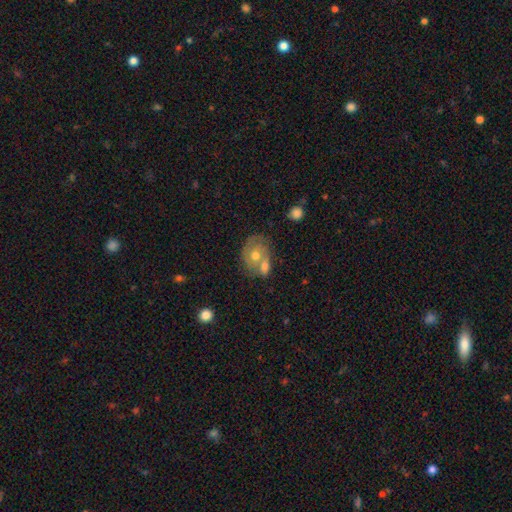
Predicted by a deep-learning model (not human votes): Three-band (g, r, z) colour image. It shows a featured or disk galaxy (52%). Merging: merger (46%).